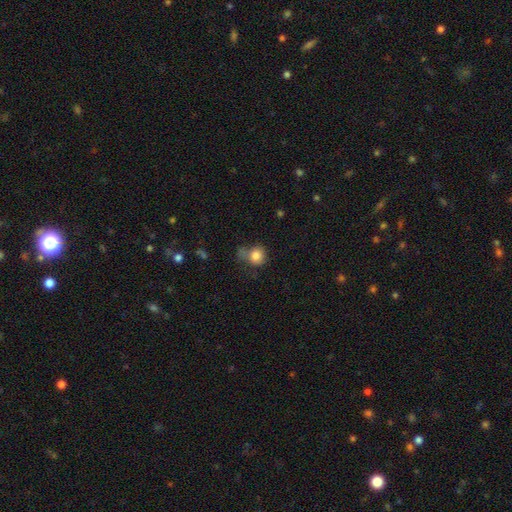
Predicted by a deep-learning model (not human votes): Smooth or featured? smooth (81%)
How rounded? round (83%)
Merging? none (50%)